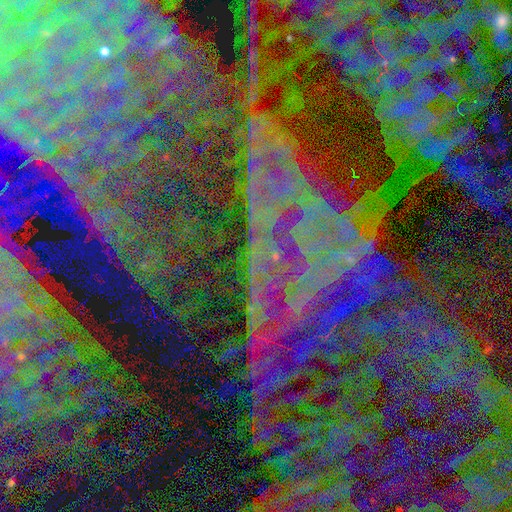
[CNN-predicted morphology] A star or artifact, not a galaxy (86%).